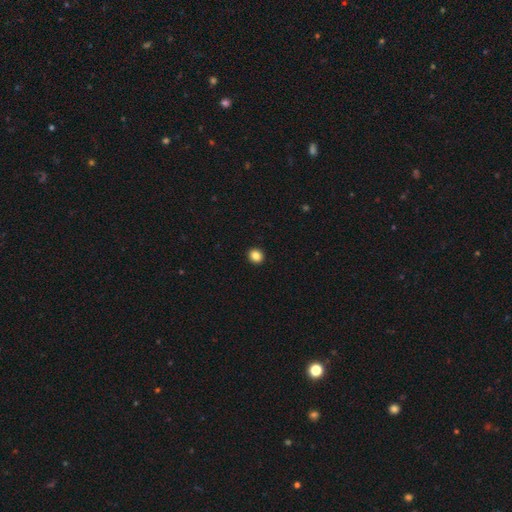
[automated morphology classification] type=smooth (86%); roundness=round (81%); merging=none (93%).